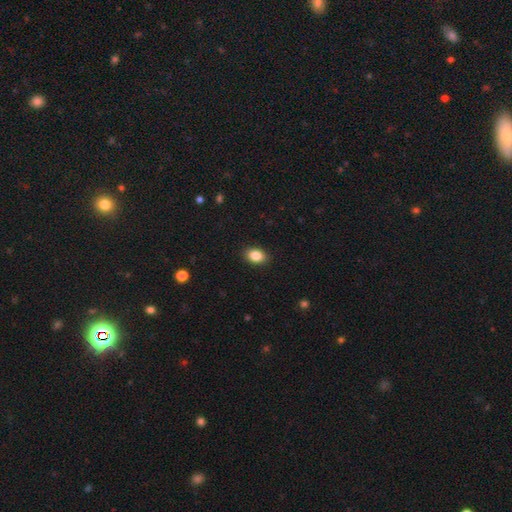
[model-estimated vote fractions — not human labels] Q: Smooth or featured?
A: smooth (85%); runner-up: star or artifact (9%)
Q: How rounded?
A: in between (79%); runner-up: round (20%)
Q: Merging?
A: none (90%); runner-up: minor disturbance (7%)